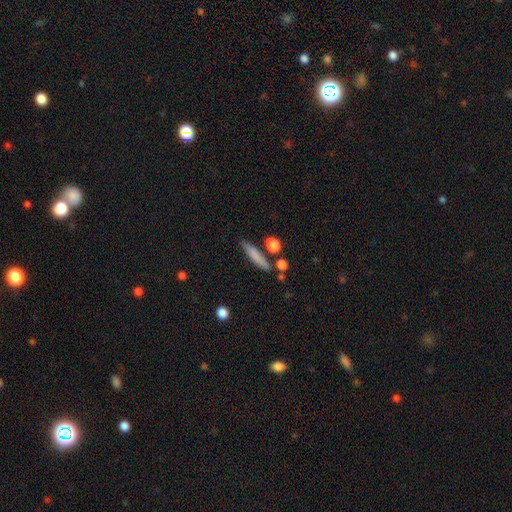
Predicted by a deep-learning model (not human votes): smooth_or_featured: smooth (p=0.78) [alt: featured or disk p=0.15]
how_rounded: cigar-shaped (p=0.81) [alt: in between p=0.16]
merging: none (p=0.75) [alt: minor disturbance p=0.13]